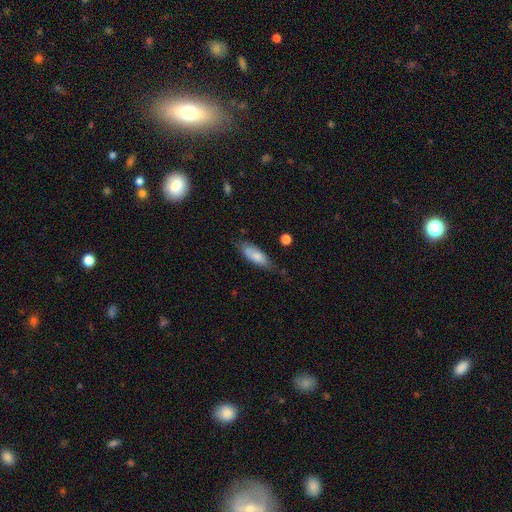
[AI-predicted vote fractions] This appears to be a smooth galaxy with no disk features (77%) that is in between round and cigar-shaped (64%). Merging: none (64%).